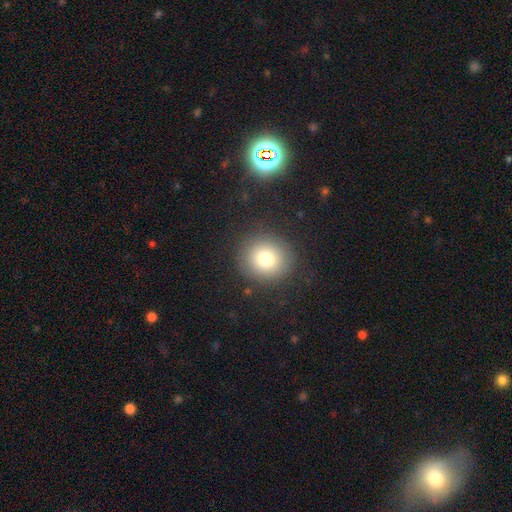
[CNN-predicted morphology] smooth 62%, star or artifact 28%, featured or disk 10%. Down the decision tree: how rounded — round (88%); merging — none (90%).